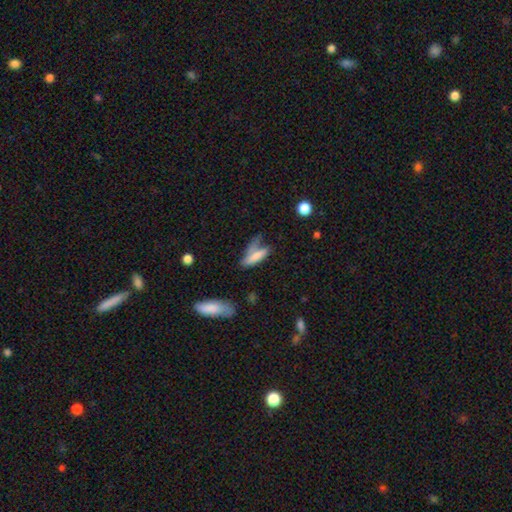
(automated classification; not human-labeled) smooth_or_featured: smooth (p=0.68) [alt: featured or disk p=0.24]
how_rounded: cigar-shaped (p=0.57) [alt: in between p=0.41]
merging: none (p=0.32) [alt: minor disturbance p=0.28]